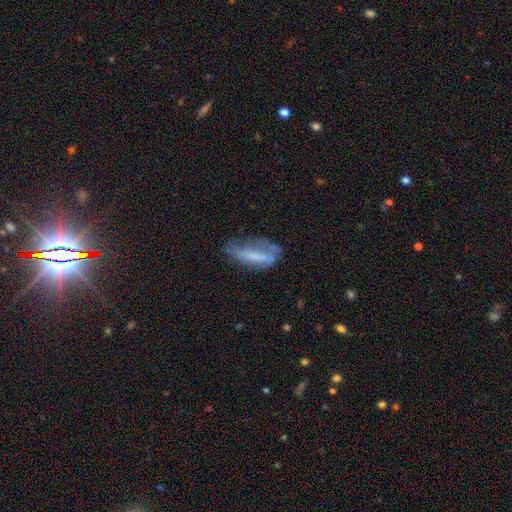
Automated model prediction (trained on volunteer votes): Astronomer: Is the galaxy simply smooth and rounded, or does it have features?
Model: smooth — 48% (runner-up: featured or disk, 42%).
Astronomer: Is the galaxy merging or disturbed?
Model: none — 40% (runner-up: minor disturbance, 31%).